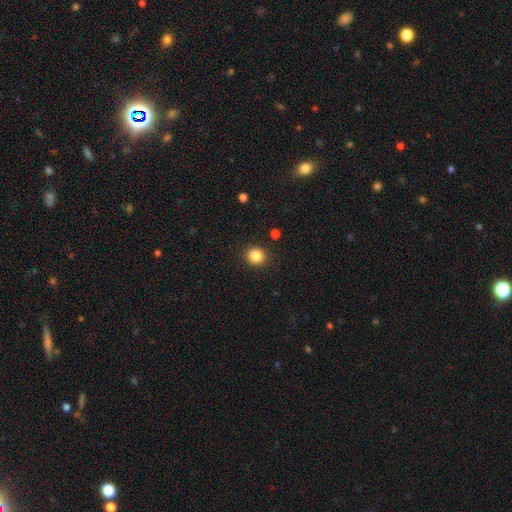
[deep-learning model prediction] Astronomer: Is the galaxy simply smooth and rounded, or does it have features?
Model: smooth — 85%.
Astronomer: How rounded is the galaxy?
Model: round — 84%.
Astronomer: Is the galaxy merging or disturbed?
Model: none — 90%.